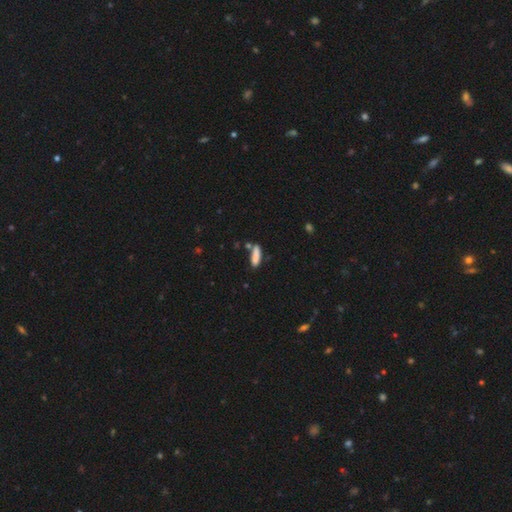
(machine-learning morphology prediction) A smooth galaxy with no disk features (84%) that is cigar-shaped (66%). Merging: none (63%).